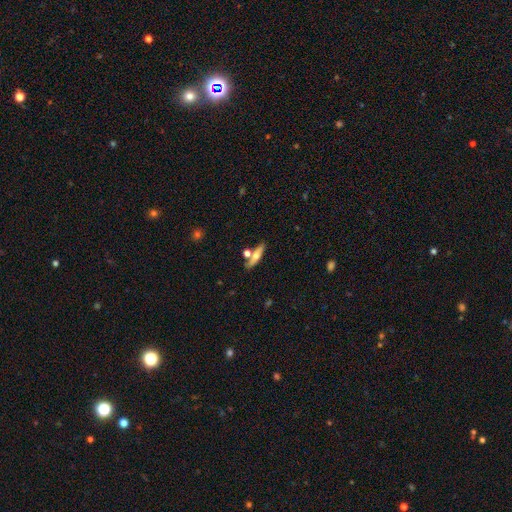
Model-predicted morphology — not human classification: A smooth galaxy with no disk features (51%) that is cigar-shaped (68%). Merging: none (70%).